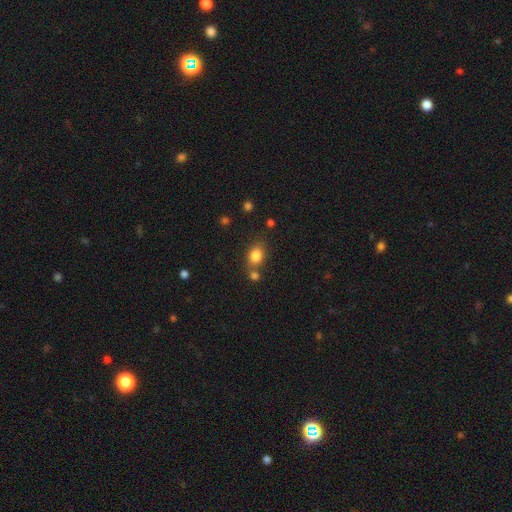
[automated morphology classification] The model was most divided on "how rounded": in between: 59%, round: 39%, cigar-shaped: 1%. More confident: smooth or featured — smooth (83%); merging — none (60%).